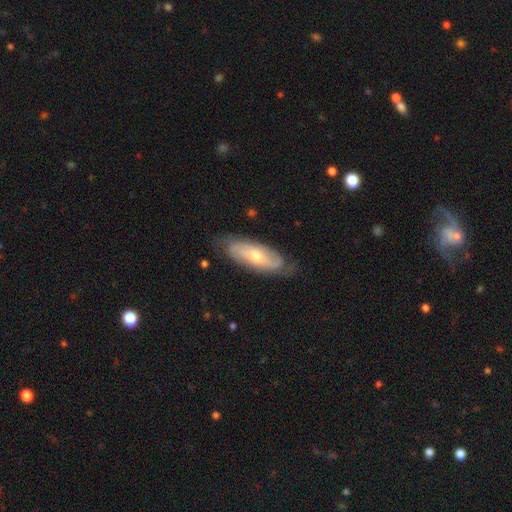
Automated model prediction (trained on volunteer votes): Smooth or featured? featured or disk (67%)
Edge-on disk? no (83%)
Bar? no (64%)
Spiral arms? yes (83%)
Bulge size? moderate (49%)
Merging? none (73%)